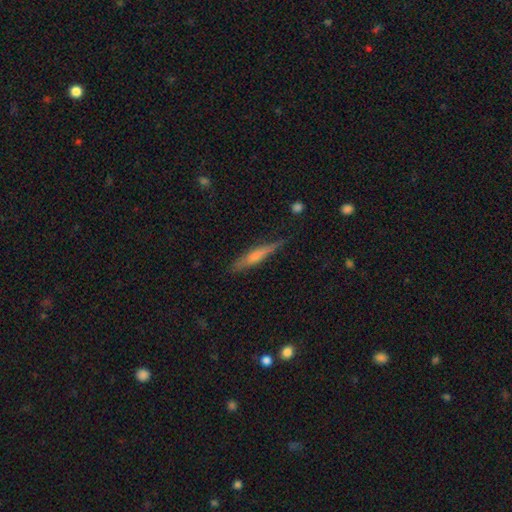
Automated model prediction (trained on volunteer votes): smooth_or_featured: featured or disk (p=0.48) [alt: smooth p=0.45]
merging: none (p=0.82) [alt: minor disturbance p=0.14]